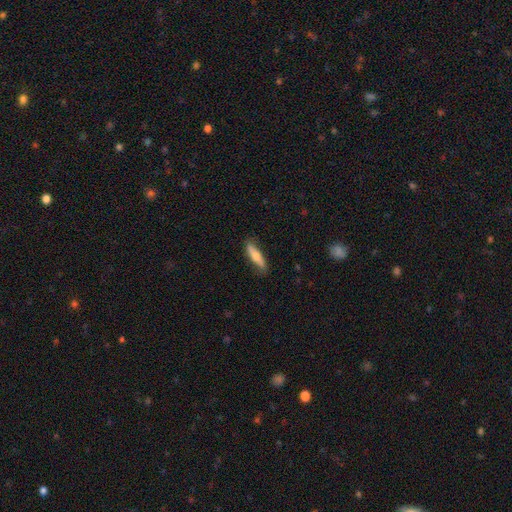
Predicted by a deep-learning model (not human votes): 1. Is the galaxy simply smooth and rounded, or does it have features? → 65% smooth, 30% featured or disk, 6% star or artifact.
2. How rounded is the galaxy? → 69% cigar-shaped, 29% in between, 2% round.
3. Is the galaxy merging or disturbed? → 80% none, 16% minor disturbance, 3% major disturbance, 1% merger.